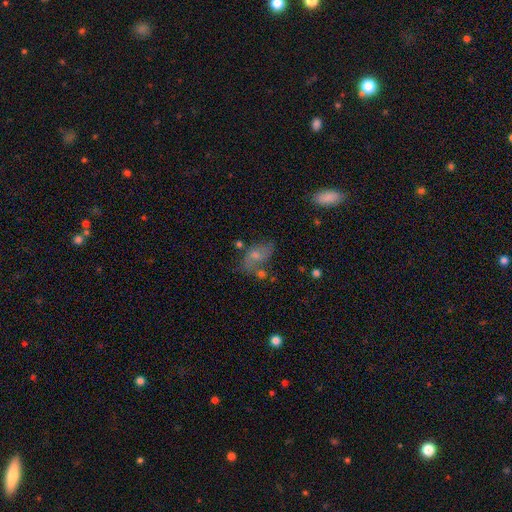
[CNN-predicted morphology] Smooth or featured? Predicted: smooth (p=0.49). Merging? Predicted: none (p=0.43).